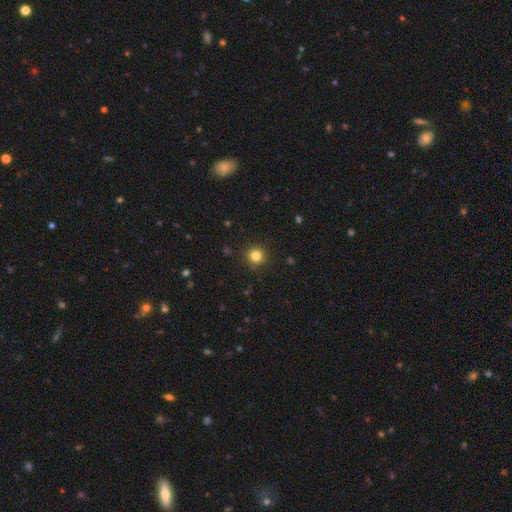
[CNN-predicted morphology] Overall: smooth (82%). How rounded: round (94%). Merging: none (91%).